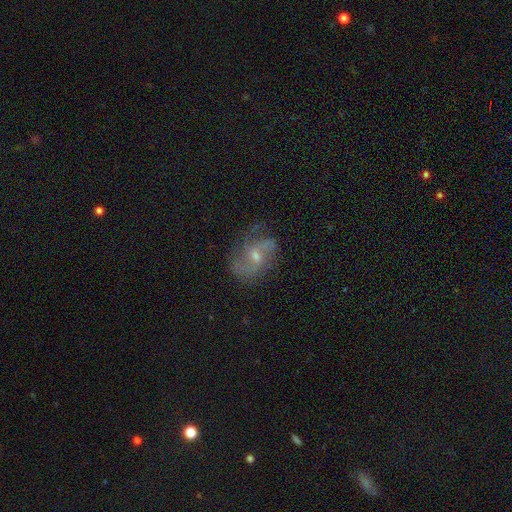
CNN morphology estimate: smooth-or-featured: featured or disk: 77% | smooth: 13% | star or artifact: 10%
  disk-edge-on: no: 97% | yes: 3%
    bar: no: 50% | weak: 41% | strong: 8%
    has-spiral-arms: yes: 92% | no: 8%
      spiral-winding: medium: 43% | loose: 41% | tight: 15%
      spiral-arm-count: 2: 66% | can't tell: 14% | 3: 10% | 1: 5% | 4: 3% | more than 4: 3%
    bulge-size: small: 53% | moderate: 41% | none: 3% | large: 2% | dominant: 1%
  merging: none: 66% | minor disturbance: 21% | major disturbance: 11% | merger: 2%